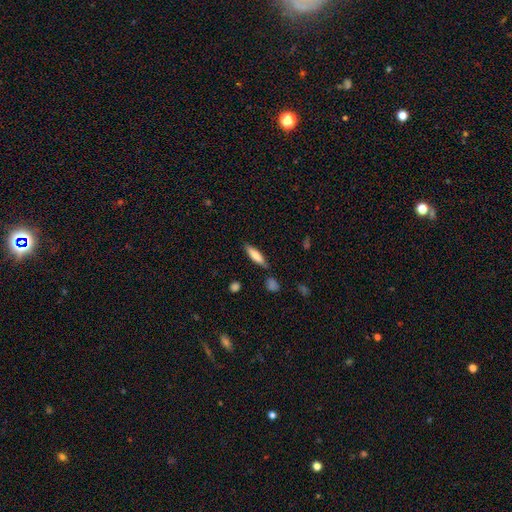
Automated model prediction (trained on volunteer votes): A smooth galaxy with no disk features (77%) that is cigar-shaped (67%).

Vote fractions:
- Smooth or featured? smooth: 77% / featured or disk: 16% / star or artifact: 6%
- How rounded? cigar-shaped: 67% / in between: 32% / round: 2%
- Merging? none: 79% / minor disturbance: 14% / merger: 5% / major disturbance: 3%